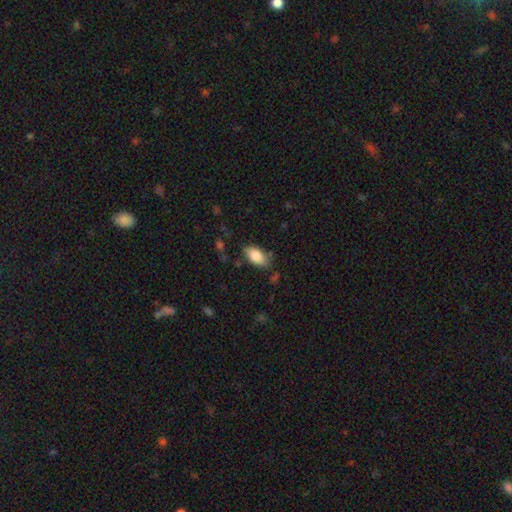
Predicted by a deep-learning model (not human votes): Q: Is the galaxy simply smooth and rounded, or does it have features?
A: smooth — 85%.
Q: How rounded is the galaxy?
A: in between — 93%.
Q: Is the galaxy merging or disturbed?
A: none — 78%.